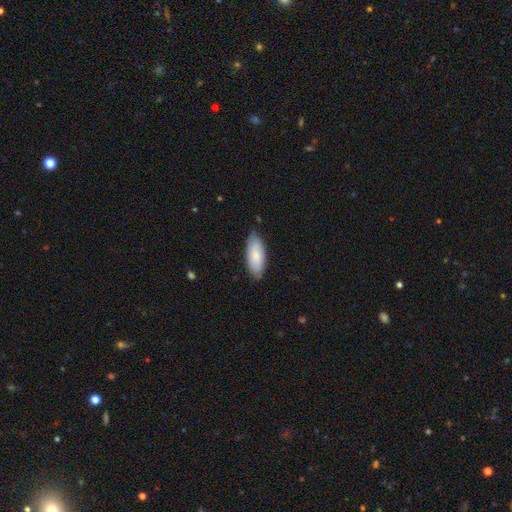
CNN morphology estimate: smooth_or_featured: smooth (p=0.81) [alt: featured or disk p=0.14]
how_rounded: in between (p=0.82) [alt: cigar-shaped p=0.16]
merging: none (p=0.79) [alt: minor disturbance p=0.18]